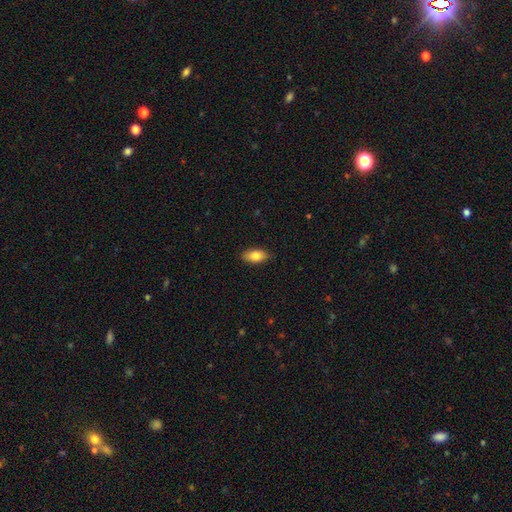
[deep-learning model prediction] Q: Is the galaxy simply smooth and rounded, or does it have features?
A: smooth — 82%.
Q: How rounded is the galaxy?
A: in between — 90%.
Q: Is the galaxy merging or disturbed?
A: none — 86%.